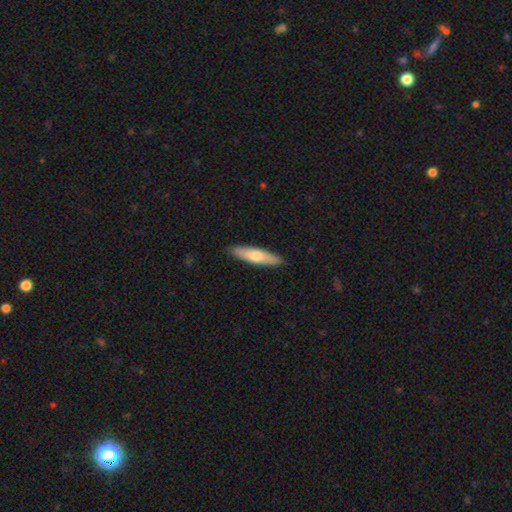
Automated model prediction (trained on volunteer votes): Overall: smooth (66%; featured or disk 29%). How rounded: cigar-shaped (75%). Merging: none (90%).